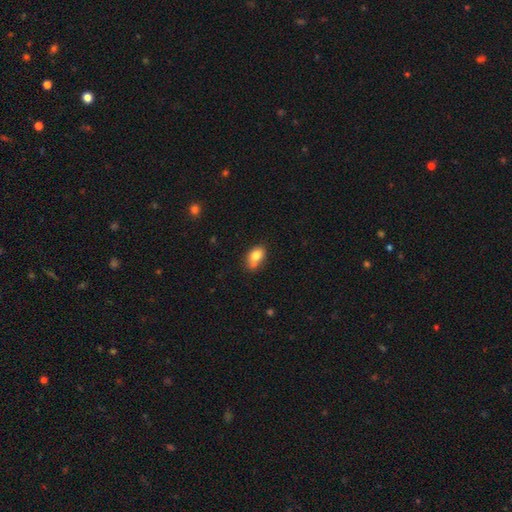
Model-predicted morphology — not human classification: A smooth galaxy with no disk features (80%) that is in between round and cigar-shaped (84%).

Vote fractions:
- Smooth or featured? smooth: 80% / featured or disk: 11% / star or artifact: 9%
- How rounded? in between: 84% / round: 14% / cigar-shaped: 2%
- Merging? none: 51% / minor disturbance: 29% / merger: 13% / major disturbance: 7%